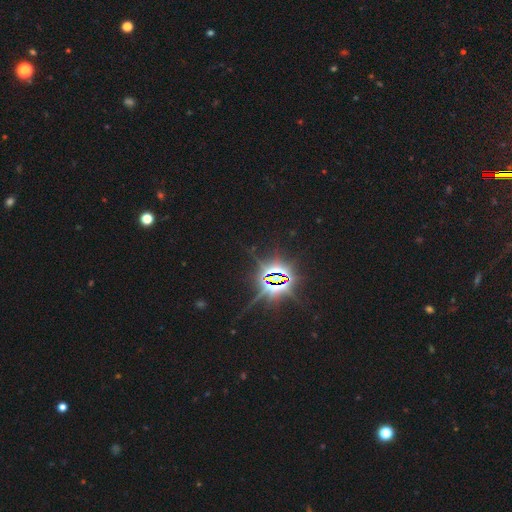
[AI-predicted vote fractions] Smooth or featured: star or artifact — 87% (smooth — 7%)